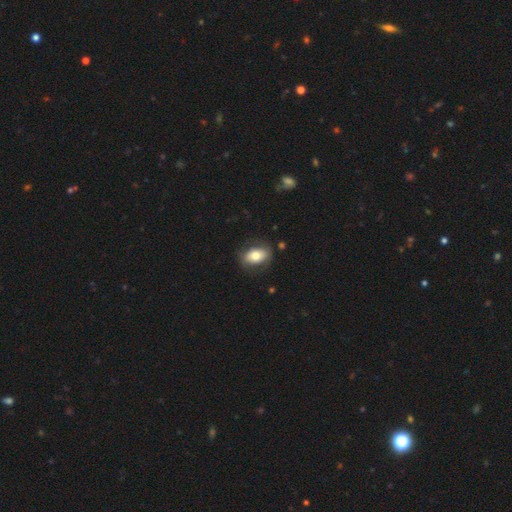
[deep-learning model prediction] Smooth or featured?
  - smooth: 72% *
  - featured or disk: 21%
  - star or artifact: 7%
How rounded?
  - in between: 85% *
  - round: 13%
  - cigar-shaped: 2%
Merging?
  - none: 77% *
  - minor disturbance: 16%
  - major disturbance: 6%
  - merger: 2%